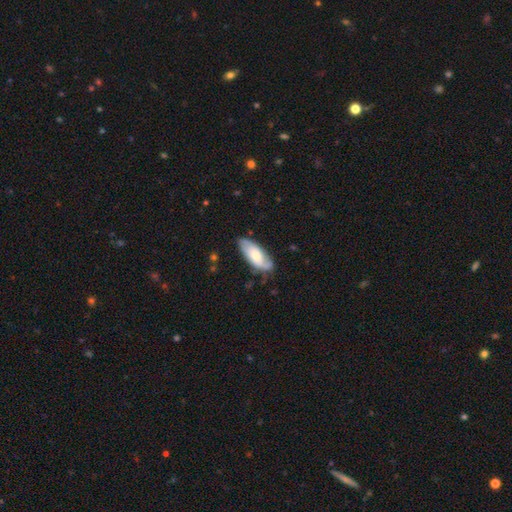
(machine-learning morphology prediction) type=smooth (50%); roundness=in between (79%); merging=none (72%).